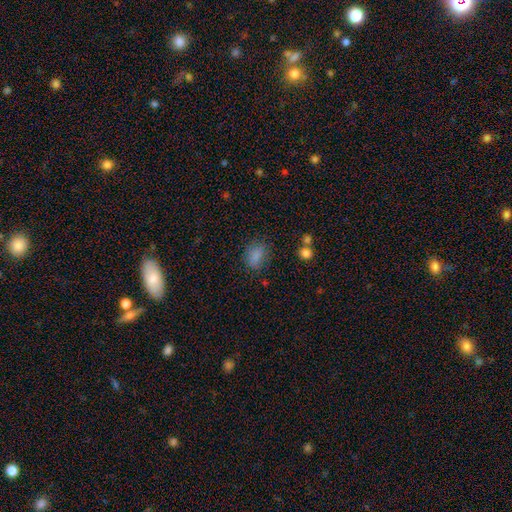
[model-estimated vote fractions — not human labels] The model was most divided on "how rounded": in between: 67%, round: 31%, cigar-shaped: 2%. More confident: smooth or featured — smooth (81%); merging — none (73%).